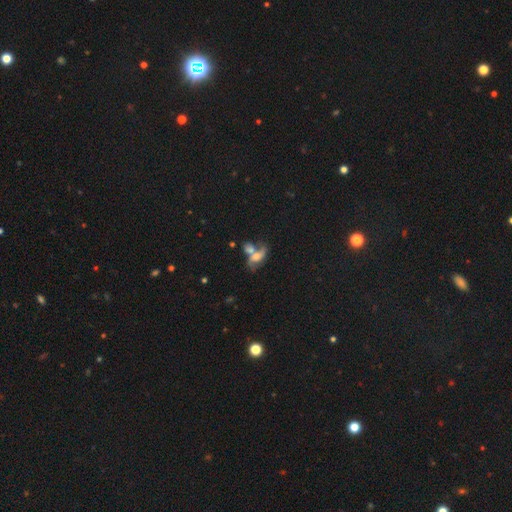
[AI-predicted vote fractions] featured or disk 52%, smooth 37%, star or artifact 11%. Down the decision tree: edge-on disk — no (91%); merging — merger (53%).